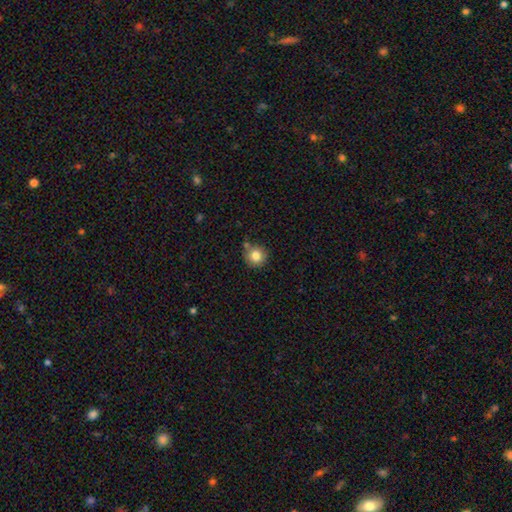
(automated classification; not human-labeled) Morphology: type=smooth (82%); roundness=round (93%); merging=none (74%).